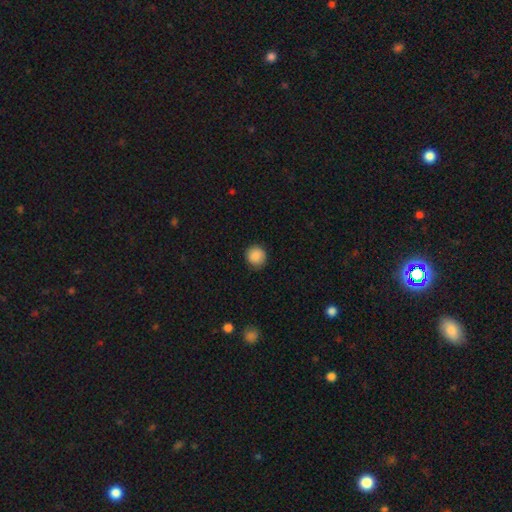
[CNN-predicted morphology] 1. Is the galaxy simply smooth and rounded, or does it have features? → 88% smooth, 9% star or artifact, 3% featured or disk.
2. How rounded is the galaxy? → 92% round, 7% in between, 1% cigar-shaped.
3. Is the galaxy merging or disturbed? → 87% none, 9% minor disturbance, 2% major disturbance, 1% merger.